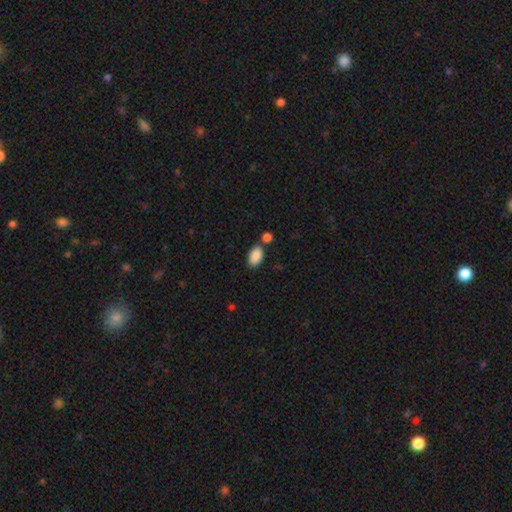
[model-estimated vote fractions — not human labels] Smooth or featured: smooth — 89% (star or artifact — 7%)
How rounded: in between — 93% (round — 5%)
Merging: none — 70% (merger — 15%)